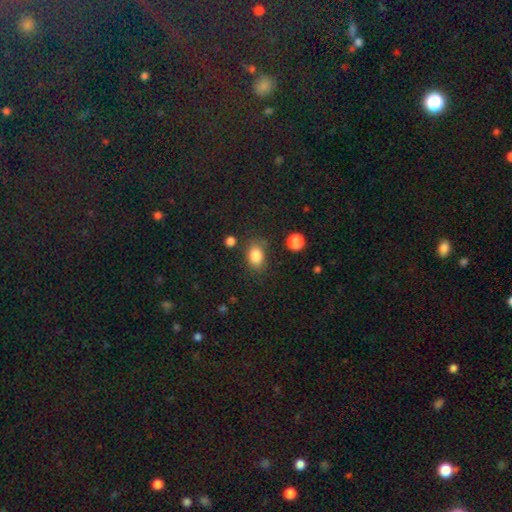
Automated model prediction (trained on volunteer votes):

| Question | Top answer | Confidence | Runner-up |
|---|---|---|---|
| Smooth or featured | smooth | 84% | star or artifact (10%) |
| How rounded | in between | 70% | round (29%) |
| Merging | none | 72% | minor disturbance (17%) |